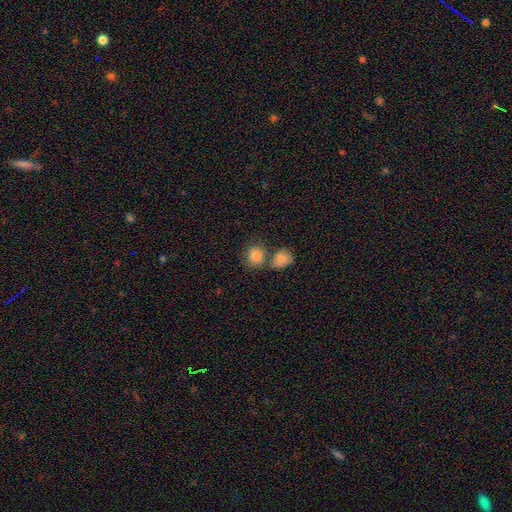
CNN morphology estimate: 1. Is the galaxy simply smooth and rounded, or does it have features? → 84% smooth, 9% star or artifact, 8% featured or disk.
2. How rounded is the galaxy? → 75% round, 24% in between, 1% cigar-shaped.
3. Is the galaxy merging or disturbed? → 52% none, 33% merger, 11% minor disturbance, 4% major disturbance.